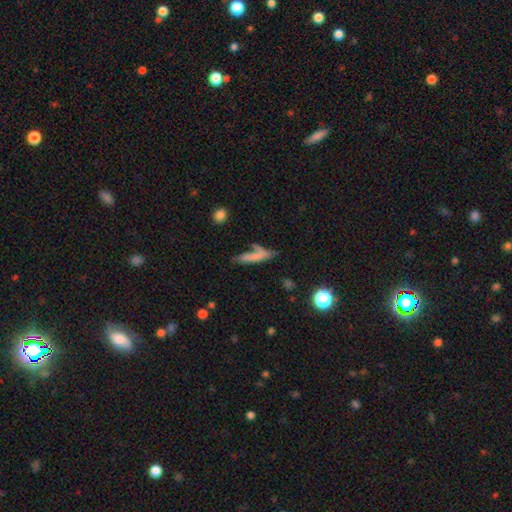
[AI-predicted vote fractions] Overall: smooth (65%). How rounded: cigar-shaped (77%). Merging: none (42%; merger 23%).